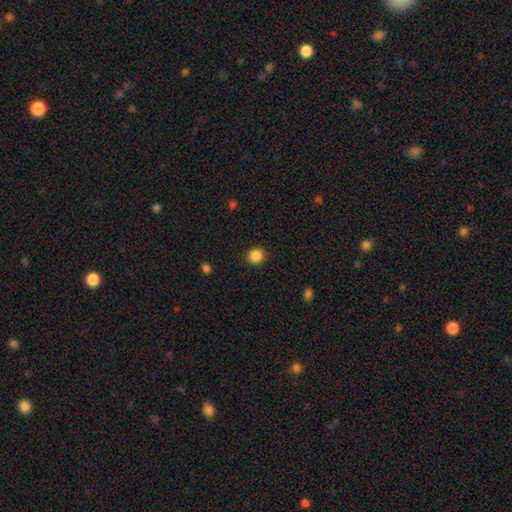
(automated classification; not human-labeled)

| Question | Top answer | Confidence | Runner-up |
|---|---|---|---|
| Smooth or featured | smooth | 86% | star or artifact (10%) |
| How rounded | round | 86% | in between (14%) |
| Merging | none | 90% | minor disturbance (7%) |